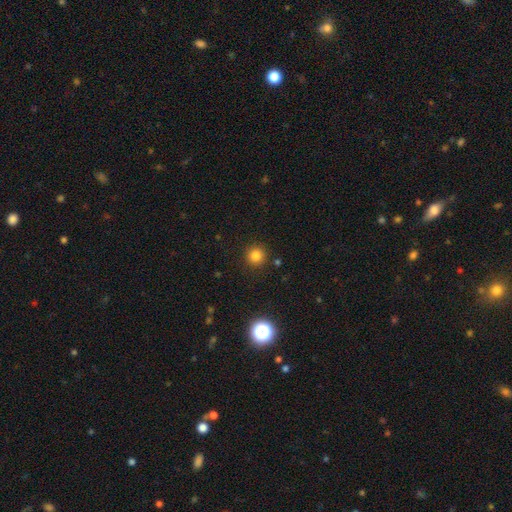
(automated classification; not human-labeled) Q: Smooth or featured?
A: smooth (81%); runner-up: star or artifact (14%)
Q: How rounded?
A: round (95%); runner-up: in between (4%)
Q: Merging?
A: none (90%); runner-up: minor disturbance (6%)